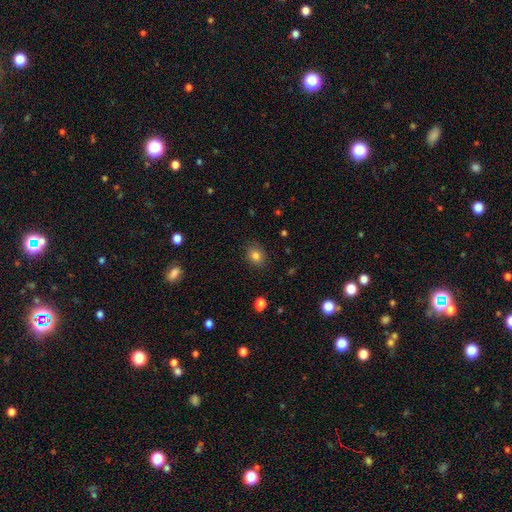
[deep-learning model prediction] Smooth or featured? Predicted: smooth (p=0.82). How rounded? Predicted: round (p=0.55). Merging? Predicted: none (p=0.87).